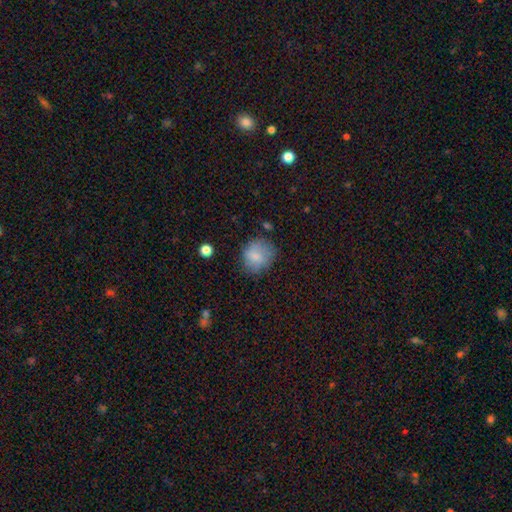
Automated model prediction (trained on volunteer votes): This appears to be a smooth galaxy with no disk features (77%) that is round (76%). Merging: none (69%).